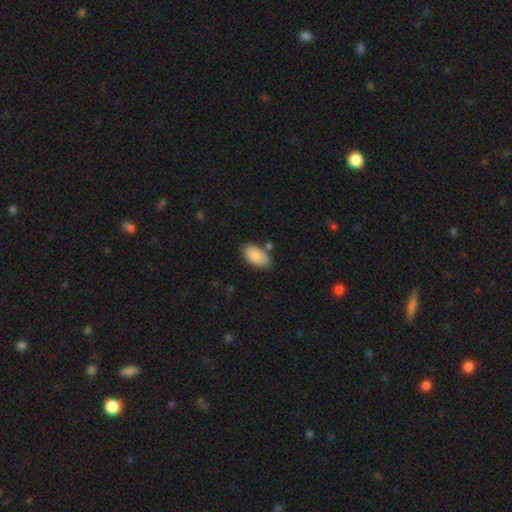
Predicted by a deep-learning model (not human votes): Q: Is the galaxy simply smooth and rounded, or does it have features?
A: smooth — 83%.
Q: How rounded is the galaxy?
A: in between — 94%.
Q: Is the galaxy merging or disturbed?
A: none — 76%.